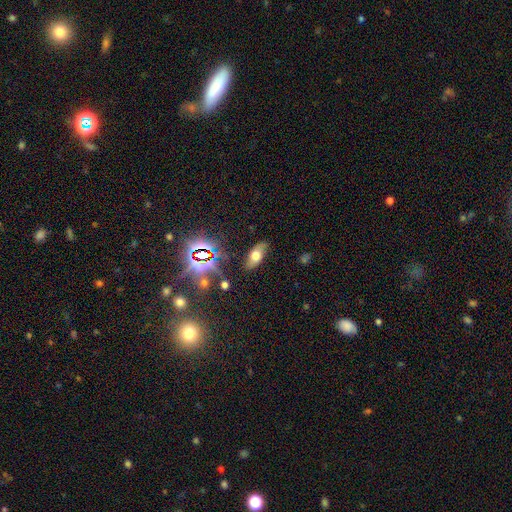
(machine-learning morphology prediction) Smooth or featured: smooth — 56% (featured or disk — 26%)
How rounded: in between — 82% (cigar-shaped — 13%)
Merging: none — 81% (minor disturbance — 13%)